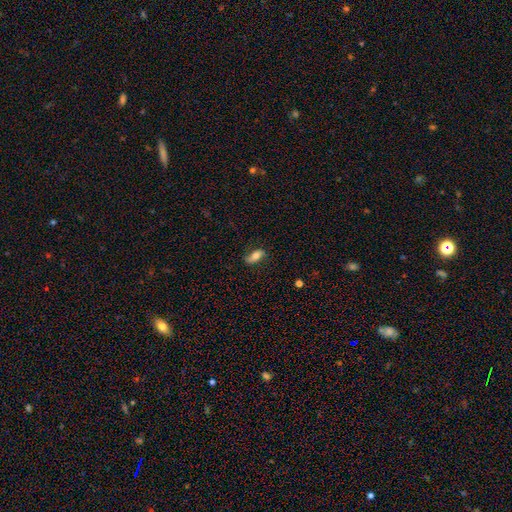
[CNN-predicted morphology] Smooth or featured?
  - smooth: 63% *
  - featured or disk: 30%
  - star or artifact: 8%
How rounded?
  - in between: 75% *
  - cigar-shaped: 21%
  - round: 4%
Merging?
  - none: 74% *
  - minor disturbance: 19%
  - major disturbance: 5%
  - merger: 1%